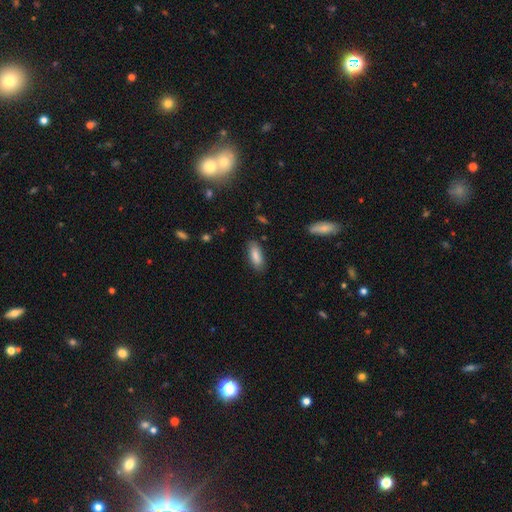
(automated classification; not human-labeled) The model was most divided on "how rounded": in between: 74%, cigar-shaped: 24%, round: 2%. More confident: smooth or featured — smooth (85%); merging — none (83%).